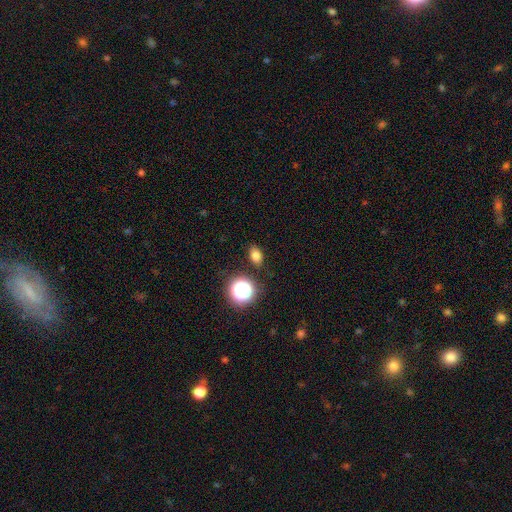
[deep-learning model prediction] A smooth galaxy with no disk features (77%) that is in between round and cigar-shaped (75%).

Vote fractions:
- Smooth or featured? smooth: 77% / star or artifact: 16% / featured or disk: 7%
- How rounded? in between: 75% / round: 23% / cigar-shaped: 2%
- Merging? none: 86% / minor disturbance: 9% / major disturbance: 3% / merger: 2%